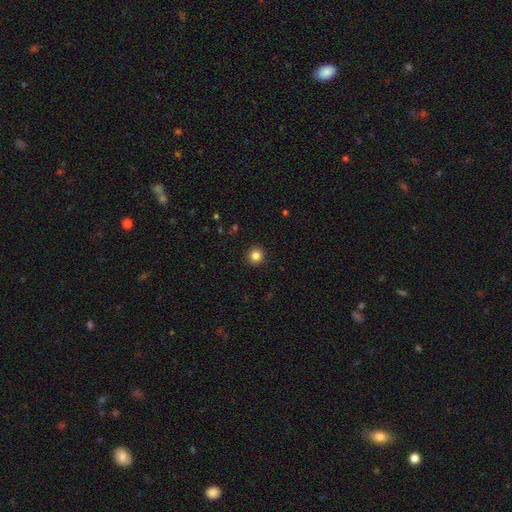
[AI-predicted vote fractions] Smooth or featured: smooth — 84% (star or artifact — 11%)
How rounded: round — 95% (in between — 4%)
Merging: none — 93% (minor disturbance — 5%)